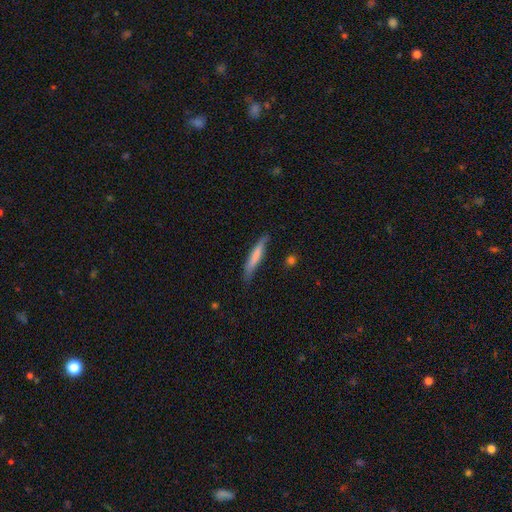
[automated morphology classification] smooth-or-featured: smooth: 67% | featured or disk: 28% | star or artifact: 5%
  how-rounded: cigar-shaped: 92% | in between: 7% | round: 1%
  merging: none: 72% | minor disturbance: 22% | major disturbance: 4% | merger: 2%